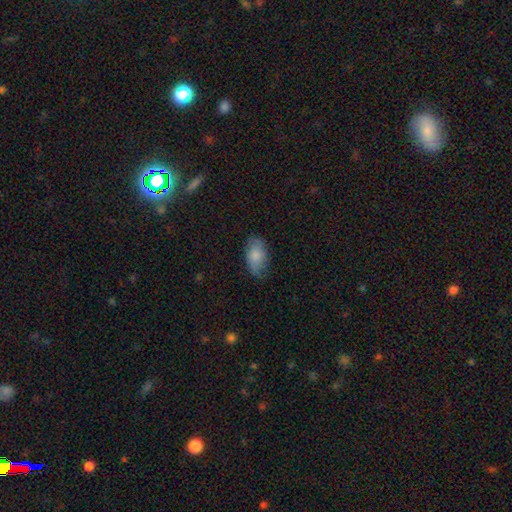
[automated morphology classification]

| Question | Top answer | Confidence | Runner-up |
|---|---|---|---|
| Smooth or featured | smooth | 75% | featured or disk (18%) |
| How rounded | in between | 93% | round (5%) |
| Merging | none | 67% | minor disturbance (25%) |